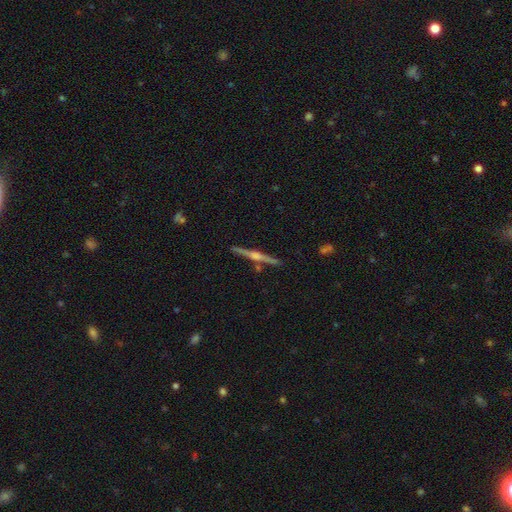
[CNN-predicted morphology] The model was most divided on "smooth or featured": featured or disk: 83%, smooth: 12%, star or artifact: 5%. More confident: edge-on disk — yes (99%); merging — none (90%); edge-on bulge — rounded (86%).